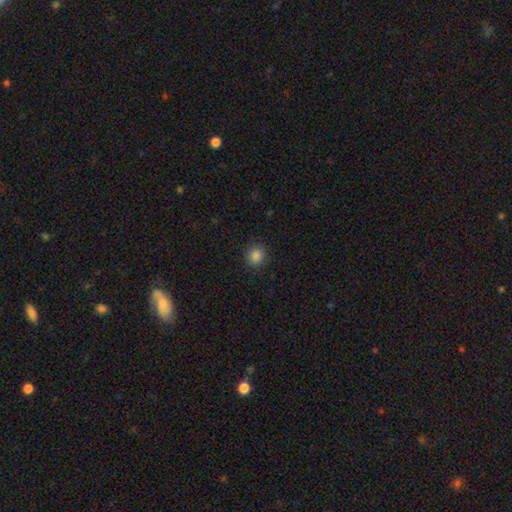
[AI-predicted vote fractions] Smooth or featured: smooth — 85% (star or artifact — 12%)
How rounded: round — 86% (in between — 13%)
Merging: none — 89% (minor disturbance — 8%)